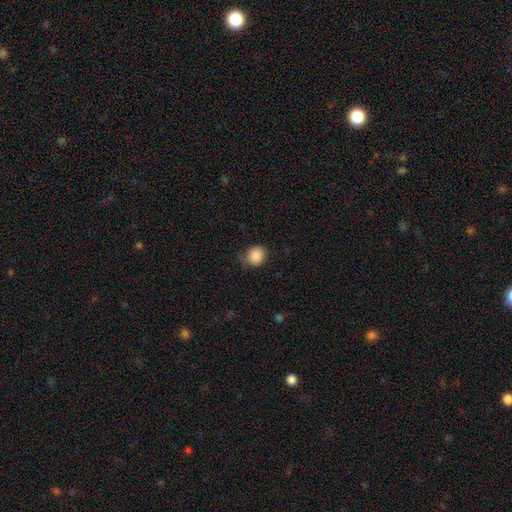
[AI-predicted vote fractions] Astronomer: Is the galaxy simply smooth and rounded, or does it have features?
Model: smooth — 87%.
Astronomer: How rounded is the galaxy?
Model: round — 72%.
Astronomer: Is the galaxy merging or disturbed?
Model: none — 74%.